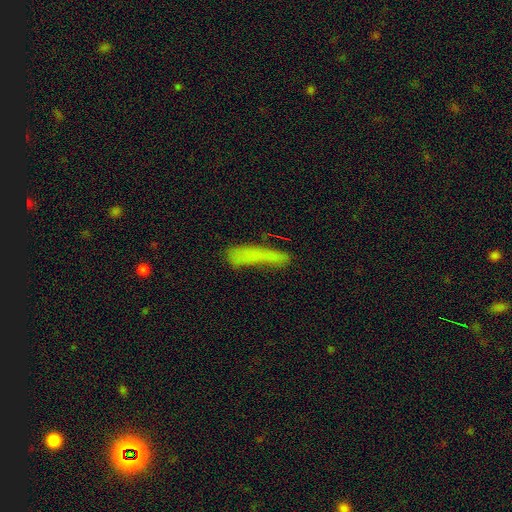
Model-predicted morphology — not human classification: A smooth galaxy with no disk features (69%) that is cigar-shaped (86%).

Vote fractions:
- Smooth or featured? smooth: 69% / featured or disk: 19% / star or artifact: 12%
- How rounded? cigar-shaped: 86% / in between: 12% / round: 2%
- Merging? none: 59% / minor disturbance: 23% / major disturbance: 12% / merger: 6%